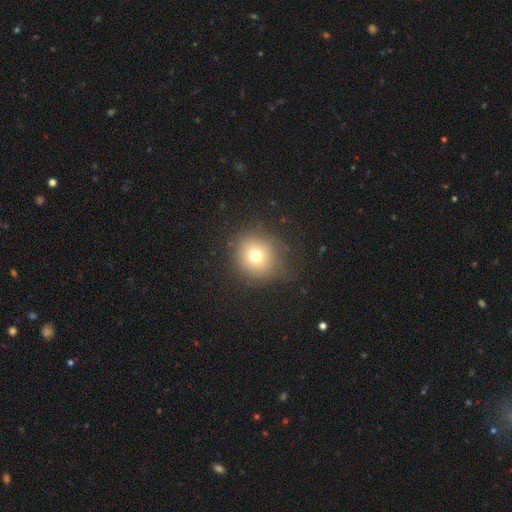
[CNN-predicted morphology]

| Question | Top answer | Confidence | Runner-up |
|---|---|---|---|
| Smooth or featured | smooth | 72% | star or artifact (15%) |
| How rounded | round | 88% | in between (11%) |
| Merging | none | 81% | minor disturbance (11%) |